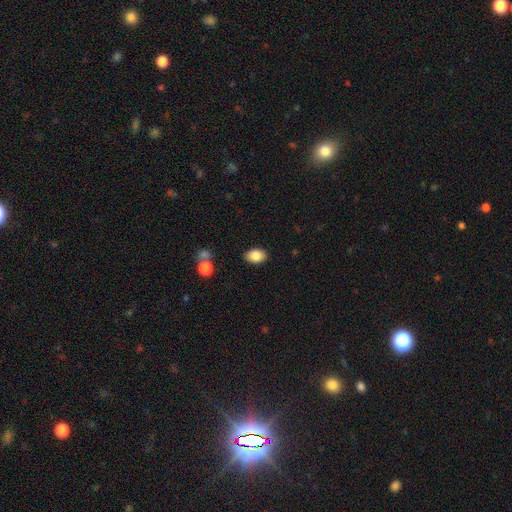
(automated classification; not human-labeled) This appears to be a smooth galaxy with no disk features (86%) that is in between round and cigar-shaped (83%). Merging: none (86%).